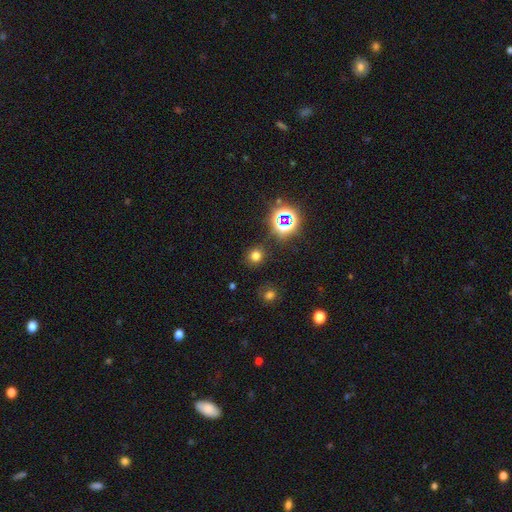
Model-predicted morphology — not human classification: type=smooth (67%); roundness=round (86%); merging=none (84%).